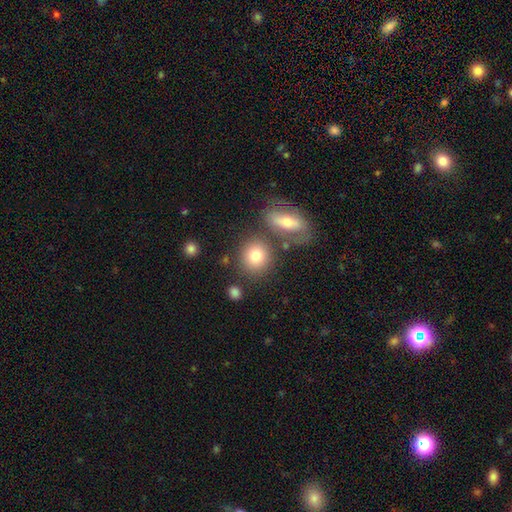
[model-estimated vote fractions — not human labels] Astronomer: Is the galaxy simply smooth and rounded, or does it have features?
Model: smooth — 80%.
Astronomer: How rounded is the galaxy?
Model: round — 76%.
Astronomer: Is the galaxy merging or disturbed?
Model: none — 68%.